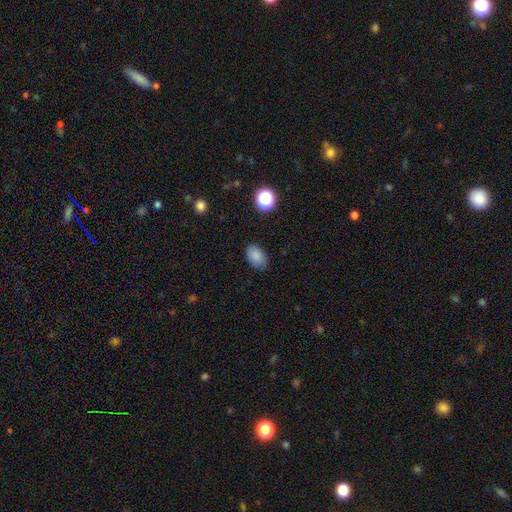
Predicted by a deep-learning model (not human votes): Overall: smooth (85%). How rounded: in between (87%). Merging: none (82%).